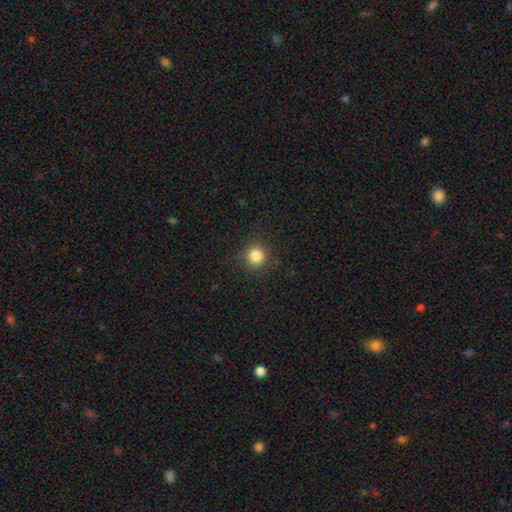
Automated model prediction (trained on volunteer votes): Smooth or featured?
  - smooth: 83% *
  - star or artifact: 12%
  - featured or disk: 5%
How rounded?
  - round: 93% *
  - in between: 6%
  - cigar-shaped: 1%
Merging?
  - none: 89% *
  - minor disturbance: 8%
  - major disturbance: 3%
  - merger: 1%